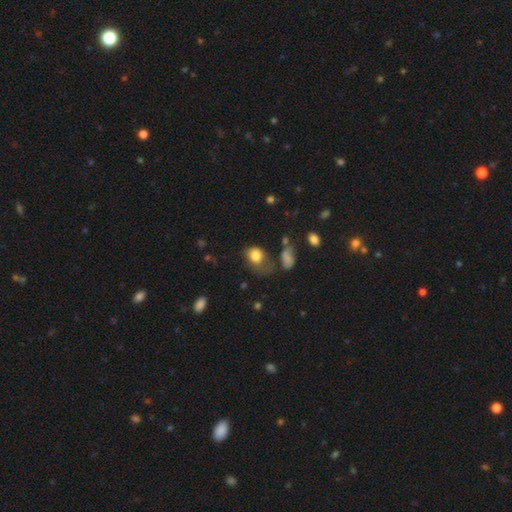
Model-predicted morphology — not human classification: Q: Smooth or featured?
A: smooth (80%); runner-up: featured or disk (10%)
Q: How rounded?
A: in between (61%); runner-up: round (38%)
Q: Merging?
A: none (36%); runner-up: major disturbance (29%)